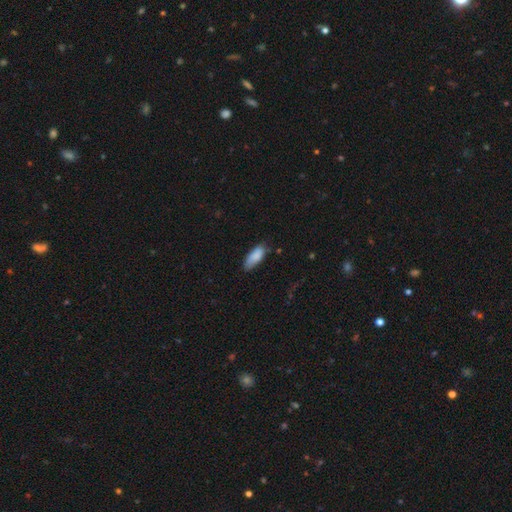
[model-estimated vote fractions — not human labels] Smooth or featured? smooth (86%)
How rounded? in between (79%)
Merging? none (63%)